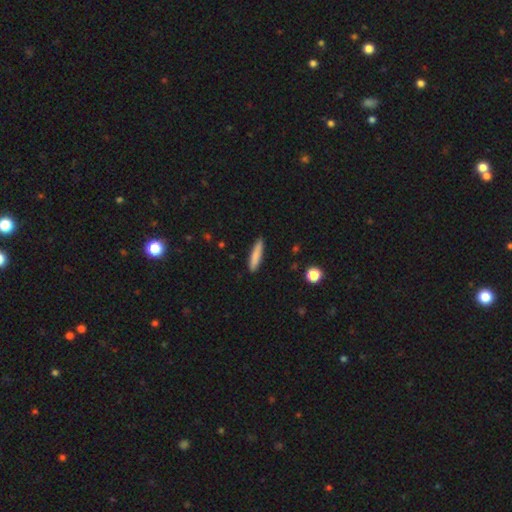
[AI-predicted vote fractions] smooth_or_featured: smooth (p=0.83) [alt: featured or disk p=0.11]
how_rounded: cigar-shaped (p=0.87) [alt: in between p=0.12]
merging: none (p=0.88) [alt: minor disturbance p=0.09]